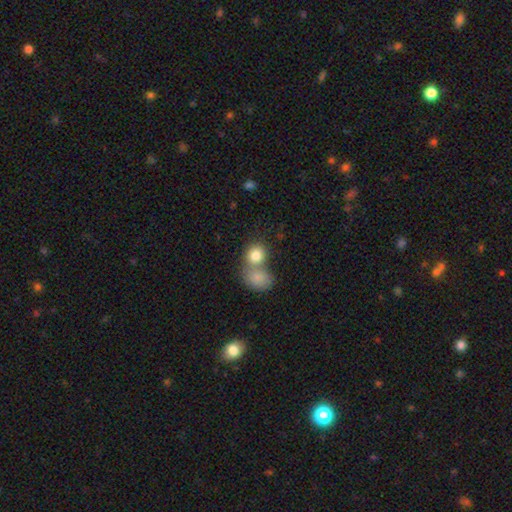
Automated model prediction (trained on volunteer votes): Morphology: type=smooth (83%); roundness=round (70%); merging=merger (52%).